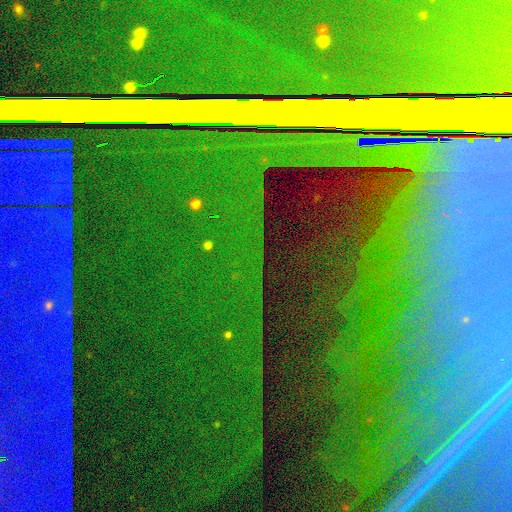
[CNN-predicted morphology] smooth_or_featured: star or artifact (p=0.88) [alt: featured or disk p=0.06]